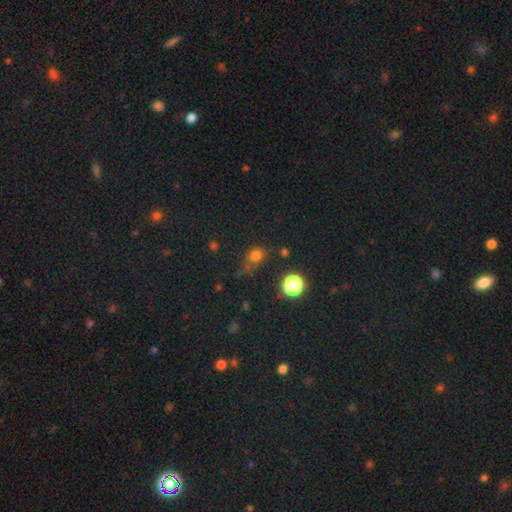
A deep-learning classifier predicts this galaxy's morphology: Smooth or featured? smooth (69%)
How rounded? round (53%)
Merging? none (57%)